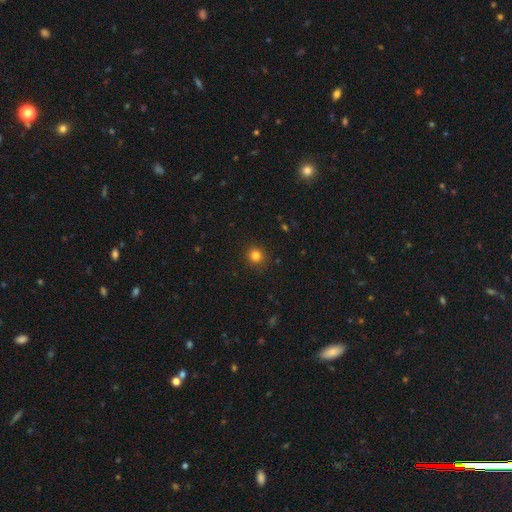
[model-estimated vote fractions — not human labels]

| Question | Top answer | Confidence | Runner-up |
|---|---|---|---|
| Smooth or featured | smooth | 81% | star or artifact (14%) |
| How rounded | round | 92% | in between (7%) |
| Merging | none | 91% | minor disturbance (6%) |